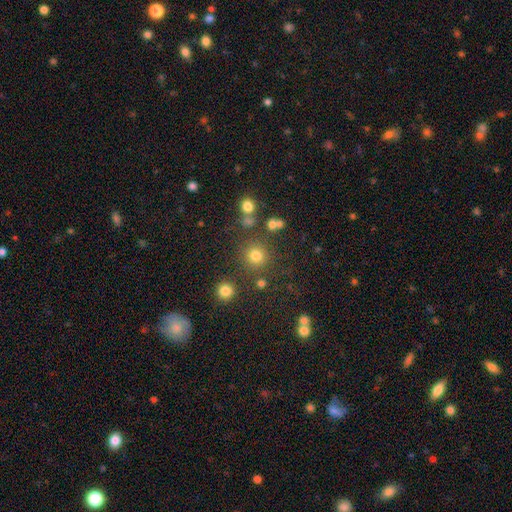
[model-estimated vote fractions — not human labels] The model was most divided on "smooth or featured": smooth: 77%, star or artifact: 17%, featured or disk: 6%. More confident: how rounded — round (92%); merging — none (80%).